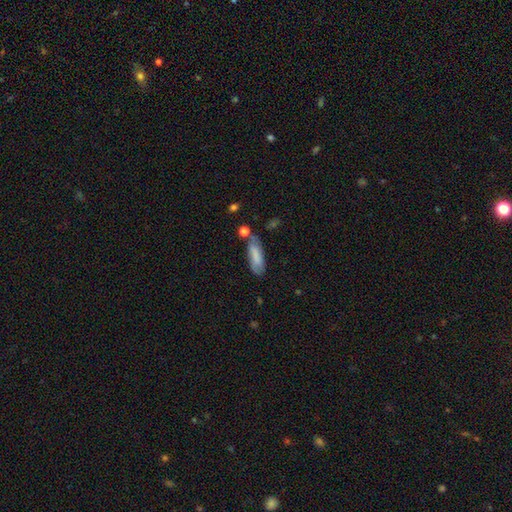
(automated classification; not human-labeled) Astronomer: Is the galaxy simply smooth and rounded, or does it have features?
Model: smooth — 76%.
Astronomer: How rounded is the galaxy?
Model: in between — 56% (runner-up: cigar-shaped, 42%).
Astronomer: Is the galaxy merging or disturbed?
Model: none — 58%.